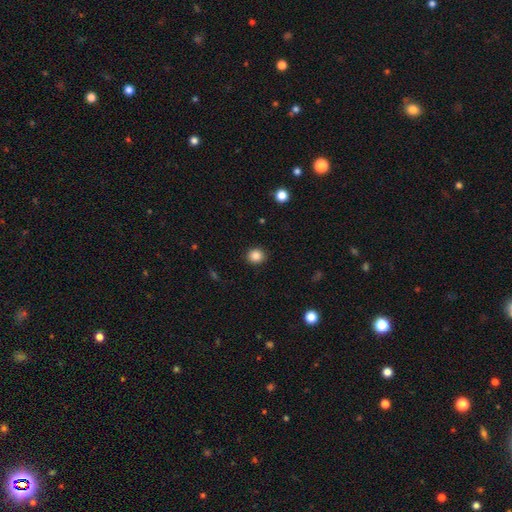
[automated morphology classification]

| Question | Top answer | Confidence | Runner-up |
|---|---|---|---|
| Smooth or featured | smooth | 86% | star or artifact (10%) |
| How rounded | round | 83% | in between (16%) |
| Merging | none | 91% | minor disturbance (6%) |